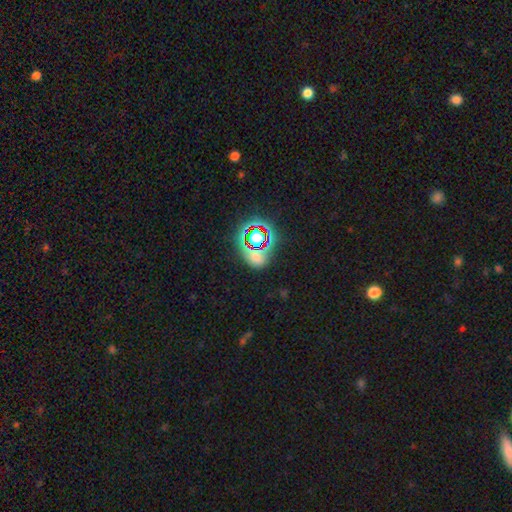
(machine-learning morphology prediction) The model was most divided on "smooth or featured": star or artifact: 62%, smooth: 28%, featured or disk: 10%.